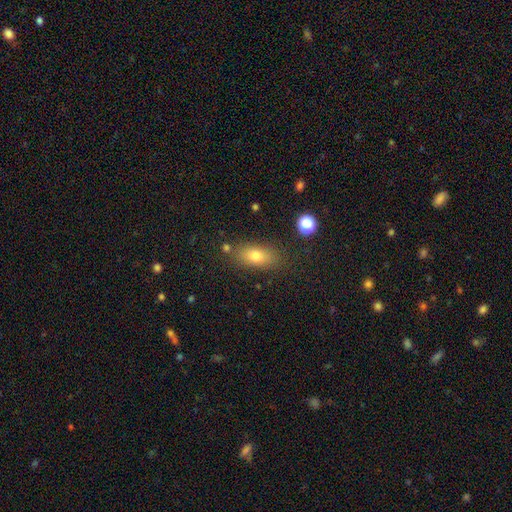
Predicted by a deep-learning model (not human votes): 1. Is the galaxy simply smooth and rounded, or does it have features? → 75% smooth, 14% featured or disk, 11% star or artifact.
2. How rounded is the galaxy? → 80% in between, 11% cigar-shaped, 9% round.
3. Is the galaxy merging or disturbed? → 80% none, 12% minor disturbance, 4% merger, 4% major disturbance.